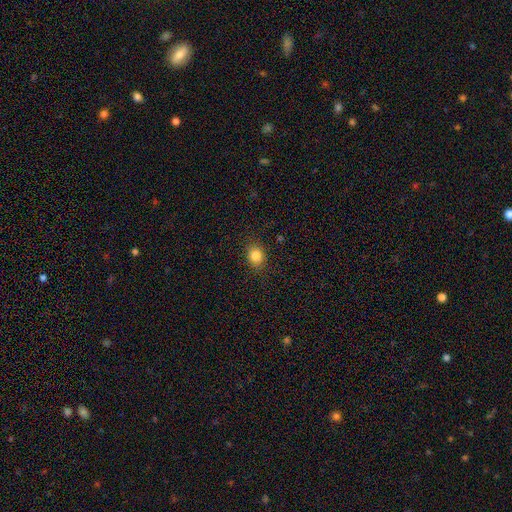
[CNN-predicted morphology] type=smooth (85%); roundness=round (66%); merging=none (87%).